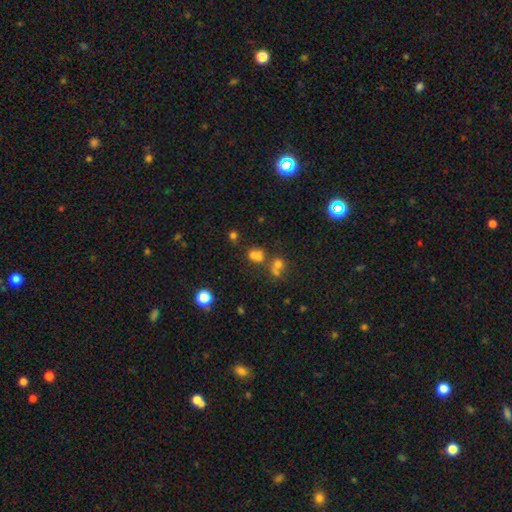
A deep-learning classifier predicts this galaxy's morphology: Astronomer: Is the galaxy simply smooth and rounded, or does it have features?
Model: smooth — 54% (runner-up: star or artifact, 33%).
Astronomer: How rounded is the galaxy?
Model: round — 78%.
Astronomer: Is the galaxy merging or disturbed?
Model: none — 50% (runner-up: merger, 37%).